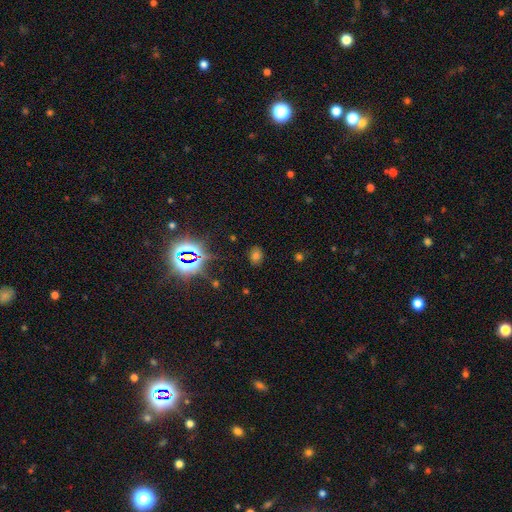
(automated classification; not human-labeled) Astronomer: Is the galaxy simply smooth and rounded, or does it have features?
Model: smooth — 49% (runner-up: star or artifact, 43%).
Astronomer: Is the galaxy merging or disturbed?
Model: none — 82%.